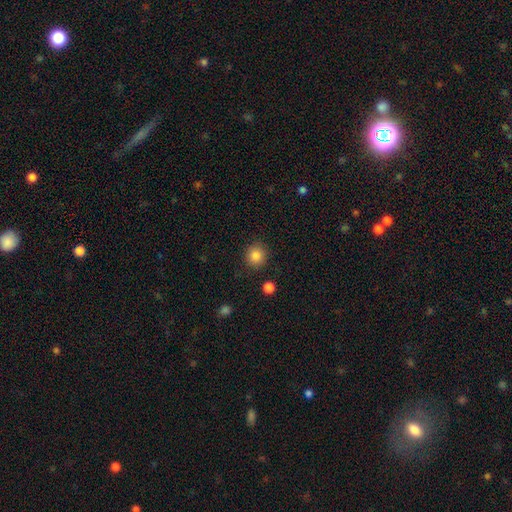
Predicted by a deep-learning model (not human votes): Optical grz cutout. It shows a smooth galaxy with no disk features (85%) that is round (91%). Merging: none (89%).